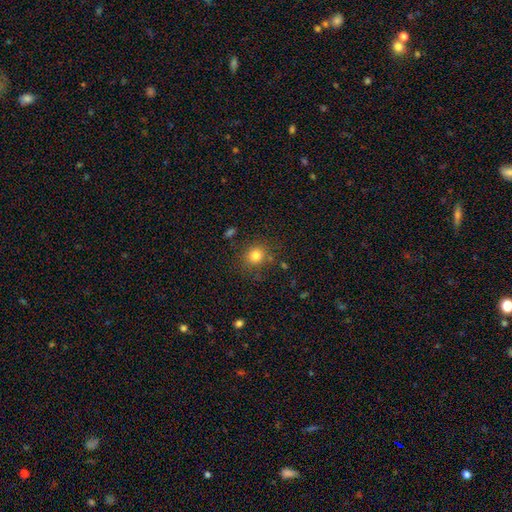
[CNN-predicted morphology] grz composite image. It shows a smooth galaxy with no disk features (80%) that is round (82%). Merging: none (80%).